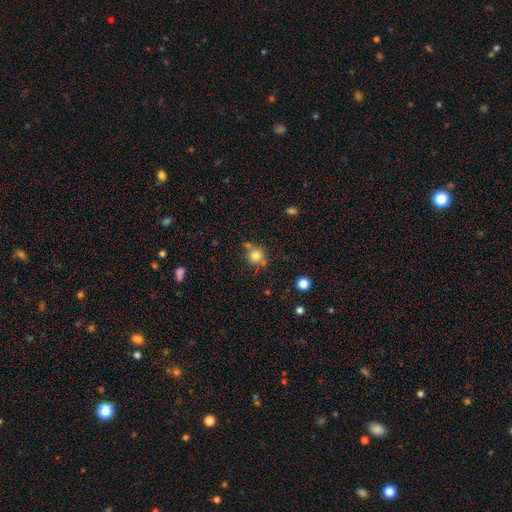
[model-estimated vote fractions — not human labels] This is likely a smooth galaxy (78%). How rounded: clearly round (89%). Merging: likely none (65%).